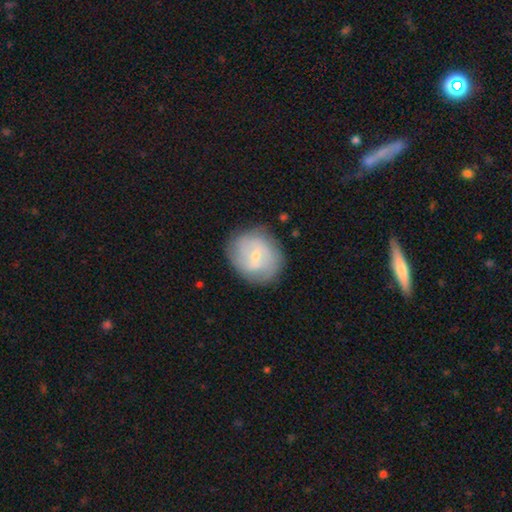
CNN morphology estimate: Overall: featured or disk (55%; smooth 38%). Edge-on disk: no (97%). Bar: weak (48%; no 43%). Spiral arms: yes (76%). Bulge size: small (68%). Merging: none (77%).